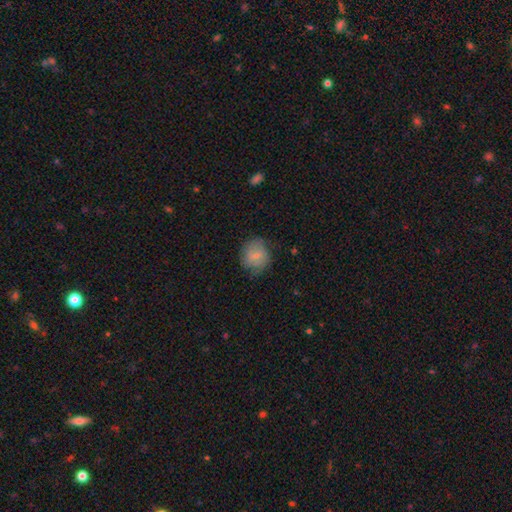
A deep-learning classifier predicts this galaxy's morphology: smooth-or-featured: smooth: 70% | featured or disk: 22% | star or artifact: 8%
  how-rounded: round: 76% | in between: 23% | cigar-shaped: 1%
  merging: none: 66% | minor disturbance: 24% | major disturbance: 8% | merger: 2%